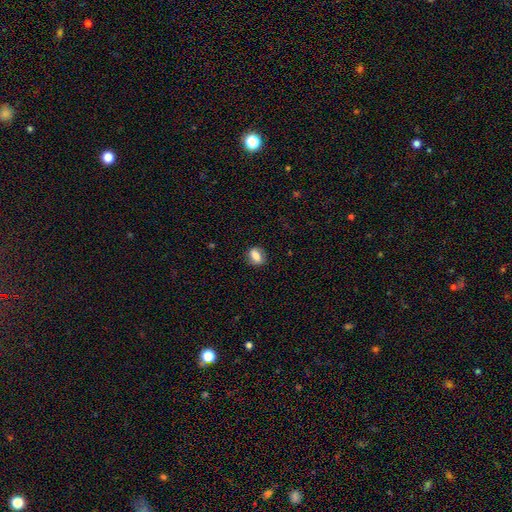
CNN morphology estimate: Overall: smooth (72%). How rounded: in between (66%; round 30%). Merging: none (83%).